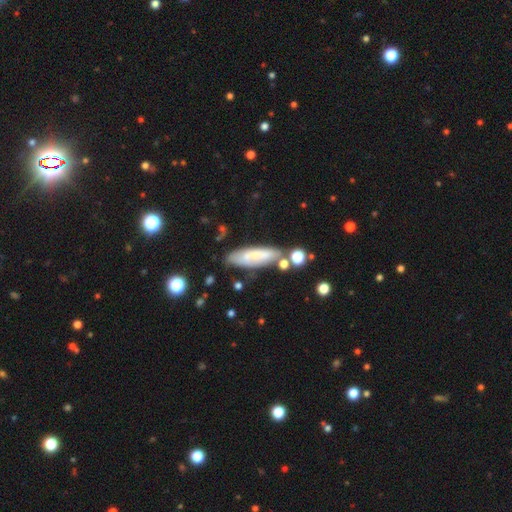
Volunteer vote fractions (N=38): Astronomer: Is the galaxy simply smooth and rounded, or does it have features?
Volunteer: featured or disk — 58% (runner-up: smooth, 39%).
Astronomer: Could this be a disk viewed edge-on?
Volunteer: no — 68%.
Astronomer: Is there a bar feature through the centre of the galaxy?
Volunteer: no — 100%.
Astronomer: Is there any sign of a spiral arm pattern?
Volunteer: no — 73%.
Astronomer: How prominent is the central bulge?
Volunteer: small — 80%.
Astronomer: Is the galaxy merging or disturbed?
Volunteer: none — 76%.